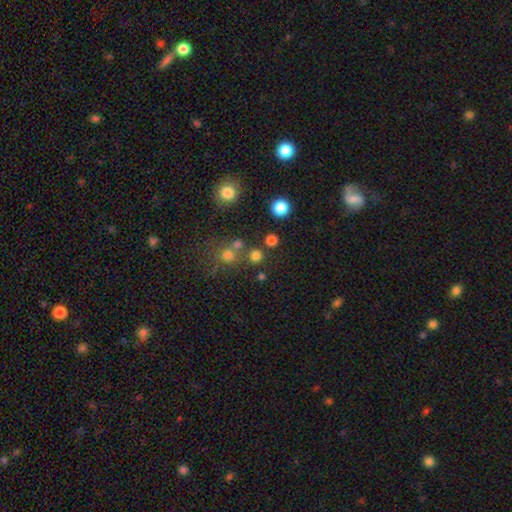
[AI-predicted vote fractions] Overall: smooth (75%). How rounded: round (92%). Merging: none (76%).